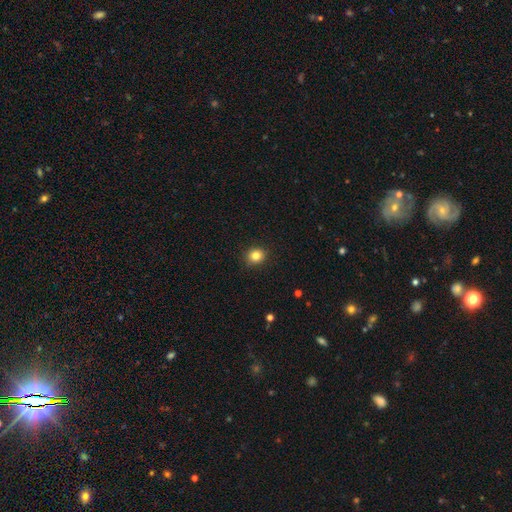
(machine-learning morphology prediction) A smooth galaxy with no disk features (83%) that is round (78%).

Vote fractions:
- Smooth or featured? smooth: 83% / star or artifact: 11% / featured or disk: 6%
- How rounded? round: 78% / in between: 21% / cigar-shaped: 1%
- Merging? none: 90% / minor disturbance: 7% / major disturbance: 2% / merger: 1%